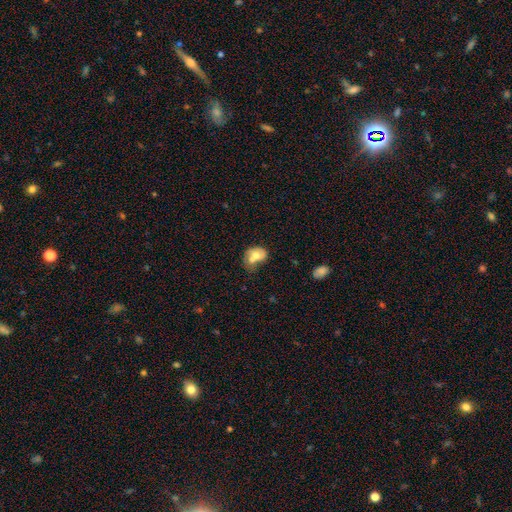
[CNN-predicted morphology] smooth 56%, featured or disk 36%, star or artifact 8%. Down the decision tree: how rounded — in between (64%); merging — merger (42%).